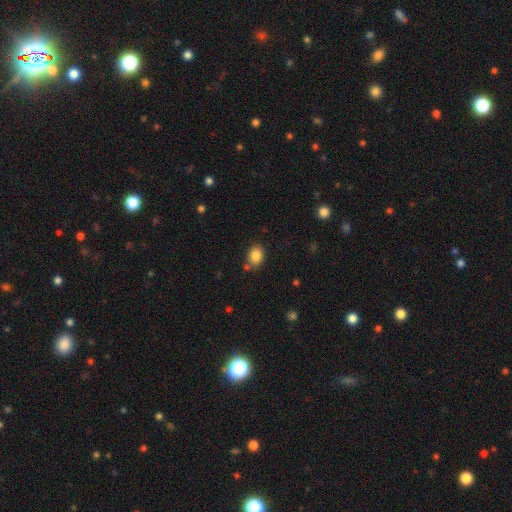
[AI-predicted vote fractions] A smooth galaxy with no disk features (85%) that is in between round and cigar-shaped (63%).

Vote fractions:
- Smooth or featured? smooth: 85% / star or artifact: 9% / featured or disk: 6%
- How rounded? in between: 63% / round: 36% / cigar-shaped: 1%
- Merging? none: 78% / minor disturbance: 13% / merger: 6% / major disturbance: 3%